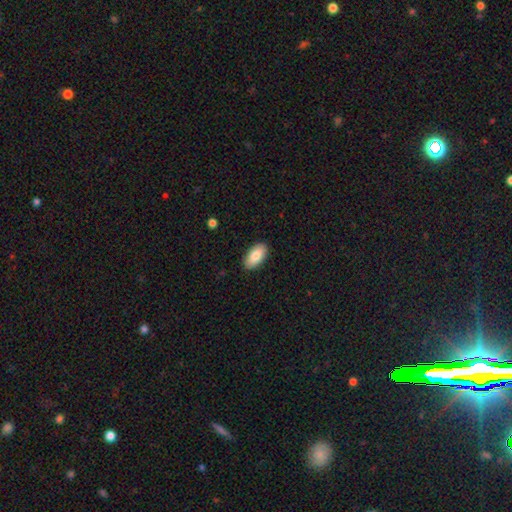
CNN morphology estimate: Smooth or featured: smooth — 83% (featured or disk — 11%)
How rounded: in between — 93% (cigar-shaped — 4%)
Merging: none — 89% (minor disturbance — 8%)